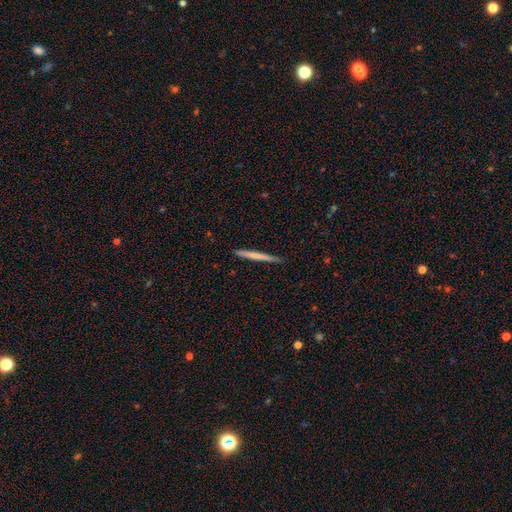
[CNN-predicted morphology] Smooth or featured? Predicted: smooth (p=0.61). How rounded? Predicted: cigar-shaped (p=0.97). Merging? Predicted: none (p=0.90).